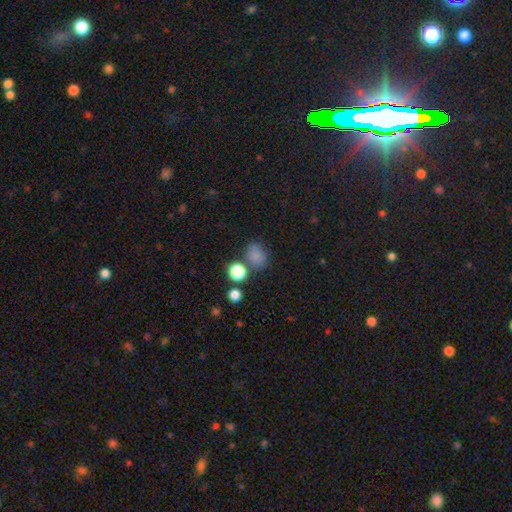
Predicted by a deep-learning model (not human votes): This is likely a smooth galaxy (78%). How rounded: possibly round (50%). Merging: likely none (67%).